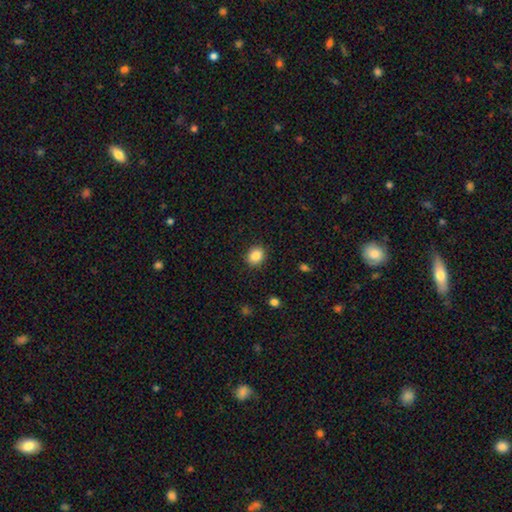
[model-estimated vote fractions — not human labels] smooth_or_featured: smooth (p=0.85) [alt: star or artifact p=0.10]
how_rounded: round (p=0.65) [alt: in between p=0.34]
merging: none (p=0.89) [alt: minor disturbance p=0.08]